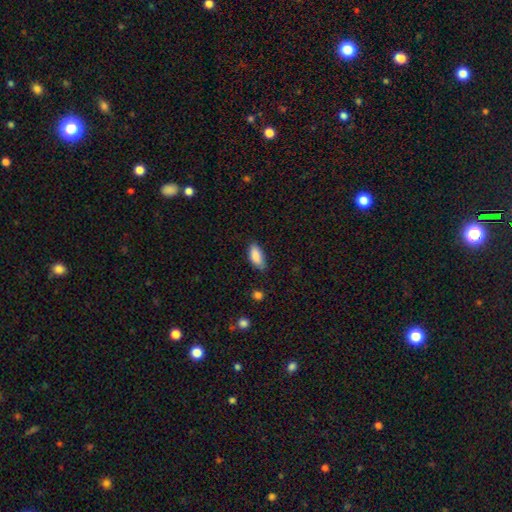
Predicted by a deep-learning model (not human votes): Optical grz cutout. It shows a smooth galaxy with no disk features (88%) that is in between round and cigar-shaped (86%). Merging: none (71%).